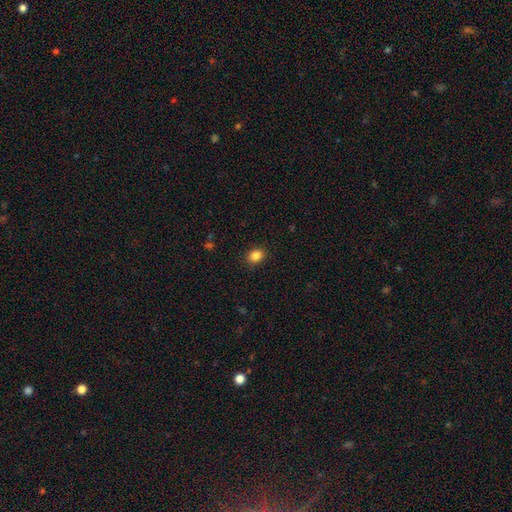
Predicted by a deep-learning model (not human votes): Smooth or featured? Predicted: smooth (p=0.86). How rounded? Predicted: in between (p=0.55). Merging? Predicted: none (p=0.89).